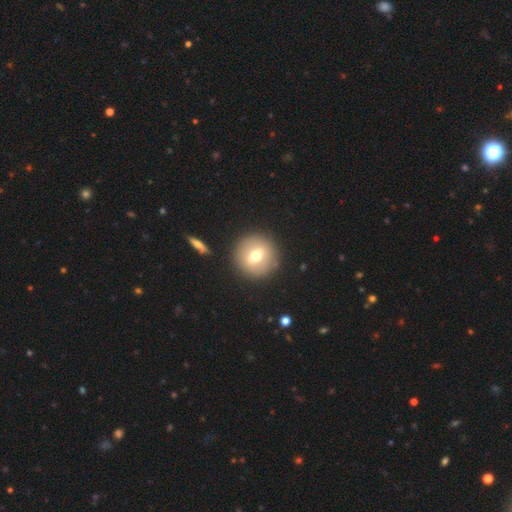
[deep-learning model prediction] This appears to be a smooth galaxy with no disk features (63%) that is round (93%). Merging: none (88%).